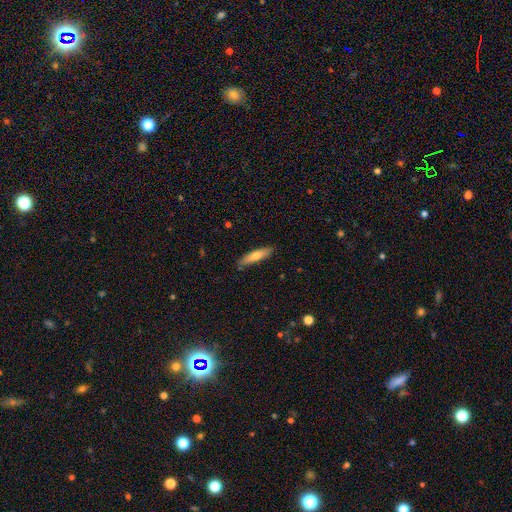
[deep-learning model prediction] This is likely a smooth galaxy (65%). How rounded: likely cigar-shaped (79%). Merging: clearly none (87%).